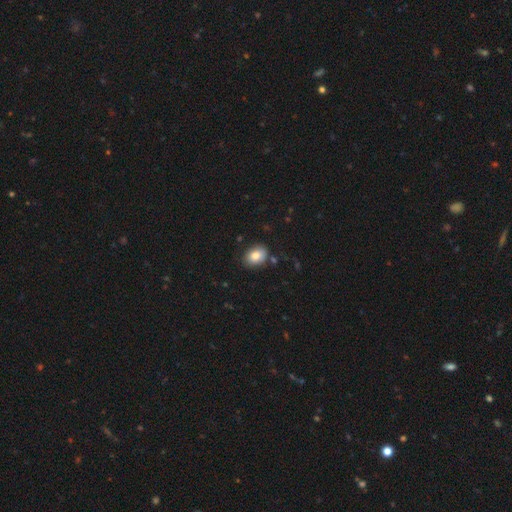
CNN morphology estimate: smooth_or_featured: smooth (p=0.82) [alt: featured or disk p=0.10]
how_rounded: in between (p=0.74) [alt: round p=0.25]
merging: none (p=0.82) [alt: minor disturbance p=0.12]